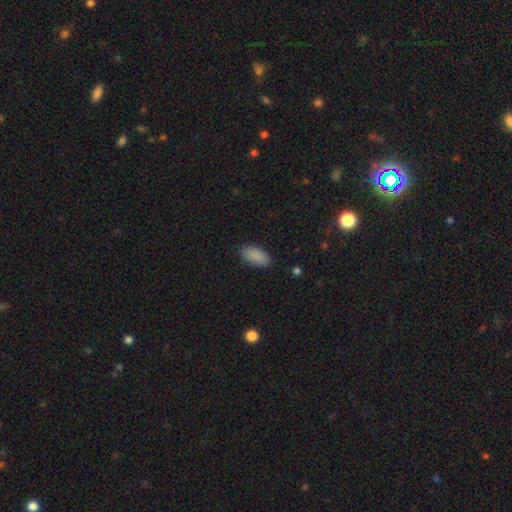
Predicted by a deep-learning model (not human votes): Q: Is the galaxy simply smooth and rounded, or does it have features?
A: smooth — 88%.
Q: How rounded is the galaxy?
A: in between — 92%.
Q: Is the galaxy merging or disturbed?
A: none — 85%.